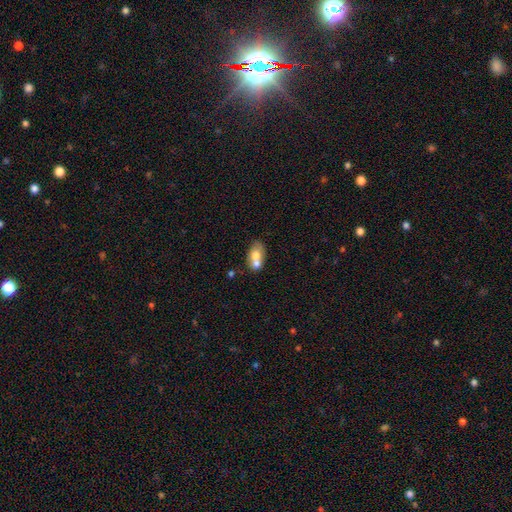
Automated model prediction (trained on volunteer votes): smooth 64%, featured or disk 28%, star or artifact 8%. Down the decision tree: how rounded — in between (78%); merging — merger (59%).